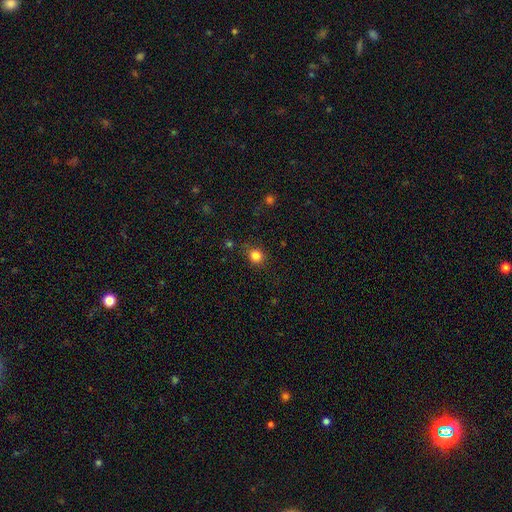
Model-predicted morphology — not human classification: A smooth galaxy with no disk features (83%) that is round (81%). Merging: none (83%).